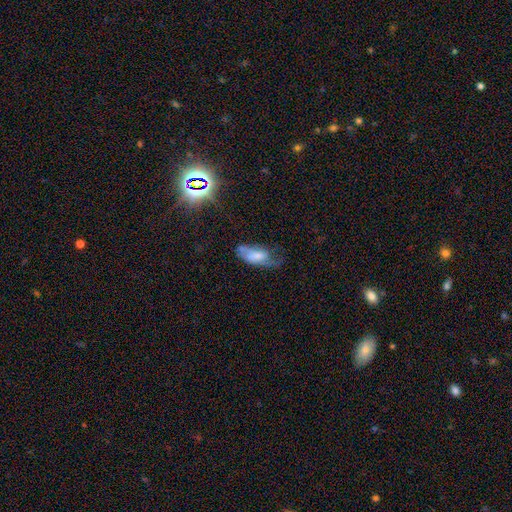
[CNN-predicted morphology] Q: Smooth or featured?
A: smooth (58%); runner-up: featured or disk (32%)
Q: How rounded?
A: in between (85%); runner-up: cigar-shaped (12%)
Q: Merging?
A: major disturbance (34%); runner-up: minor disturbance (31%)